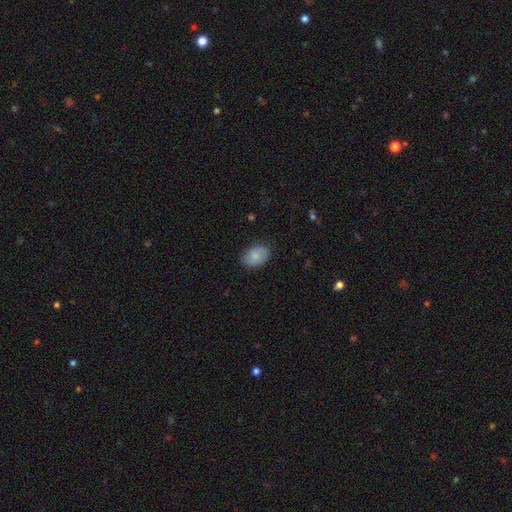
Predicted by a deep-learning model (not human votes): smooth 82%, featured or disk 11%, star or artifact 7%. Down the decision tree: how rounded — in between (82%); merging — none (83%).